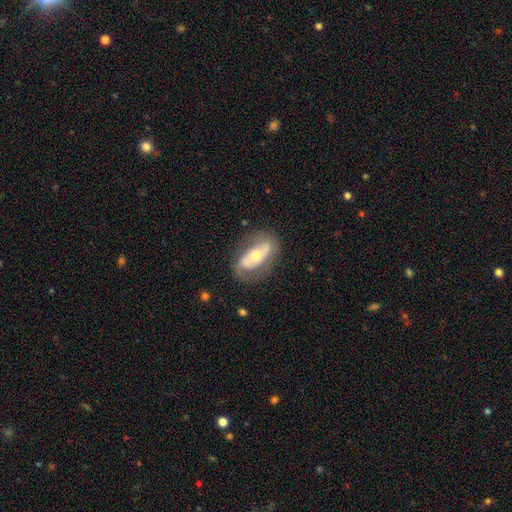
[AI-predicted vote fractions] Smooth or featured?
  - featured or disk: 64% *
  - smooth: 30%
  - star or artifact: 6%
Edge-on disk?
  - no: 88% *
  - yes: 12%
Bar?
  - no: 54% *
  - strong: 24%
  - weak: 22%
Spiral arms?
  - yes: 57% *
  - no: 43%
Bulge size?
  - moderate: 61% *
  - small: 30%
  - large: 7%
  - none: 1%
  - dominant: 1%
Merging?
  - none: 67% *
  - minor disturbance: 20%
  - major disturbance: 10%
  - merger: 4%